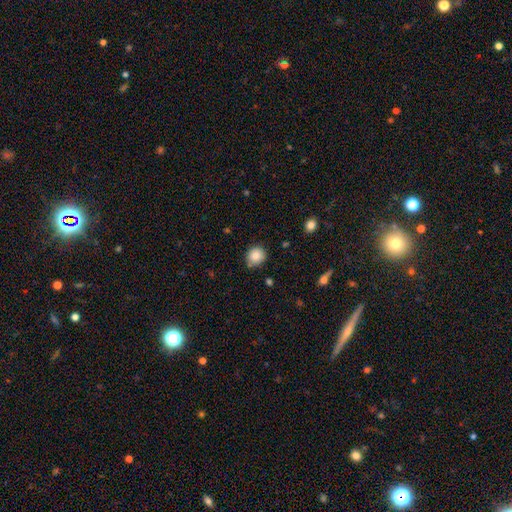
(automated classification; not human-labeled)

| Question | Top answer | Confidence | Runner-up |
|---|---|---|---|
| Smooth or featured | smooth | 86% | star or artifact (9%) |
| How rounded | round | 84% | in between (15%) |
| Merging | none | 82% | minor disturbance (13%) |